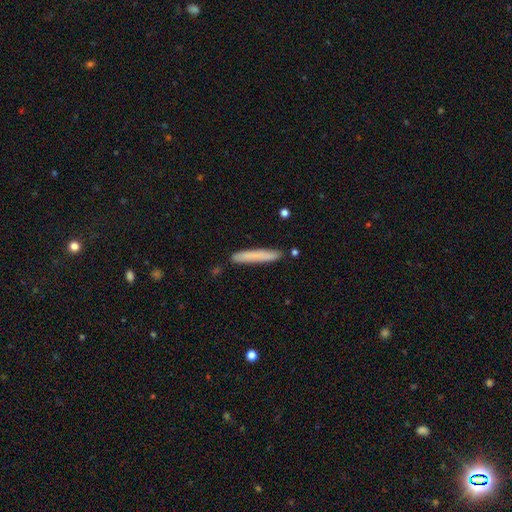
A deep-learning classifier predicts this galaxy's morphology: Smooth or featured: smooth — 77% (featured or disk — 17%)
How rounded: cigar-shaped — 95% (in between — 4%)
Merging: none — 86% (minor disturbance — 10%)